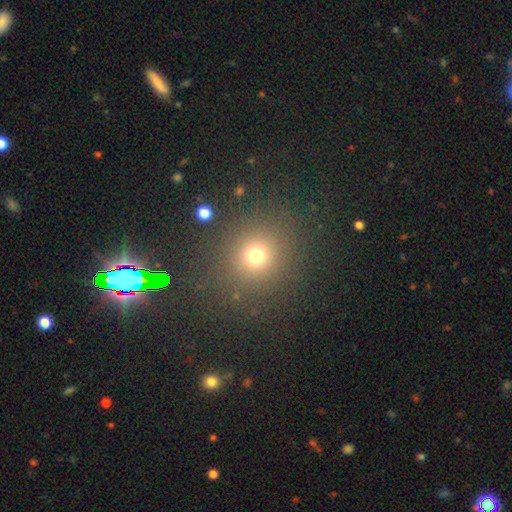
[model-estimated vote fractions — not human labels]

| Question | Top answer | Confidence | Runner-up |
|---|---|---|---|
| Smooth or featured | smooth | 72% | star or artifact (20%) |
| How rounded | round | 85% | in between (14%) |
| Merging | none | 82% | minor disturbance (9%) |